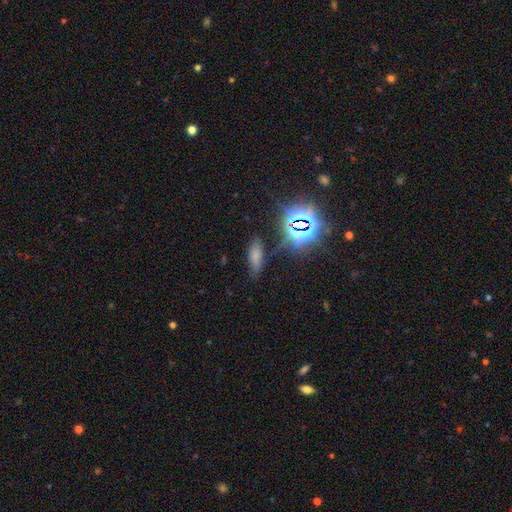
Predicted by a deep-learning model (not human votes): smooth_or_featured: smooth (p=0.61) [alt: star or artifact p=0.27]
how_rounded: in between (p=0.72) [alt: cigar-shaped p=0.25]
merging: none (p=0.73) [alt: minor disturbance p=0.17]